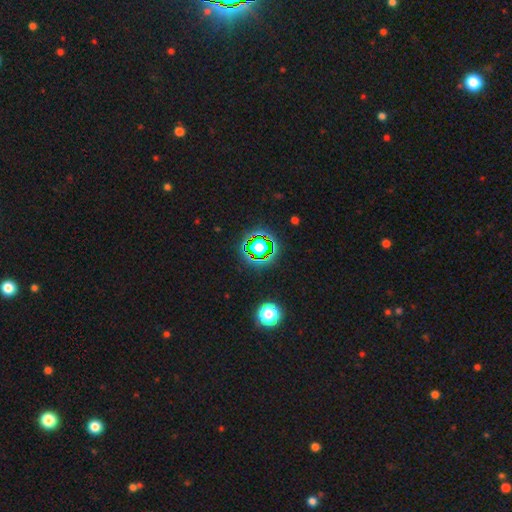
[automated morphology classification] type=star or artifact (79%).